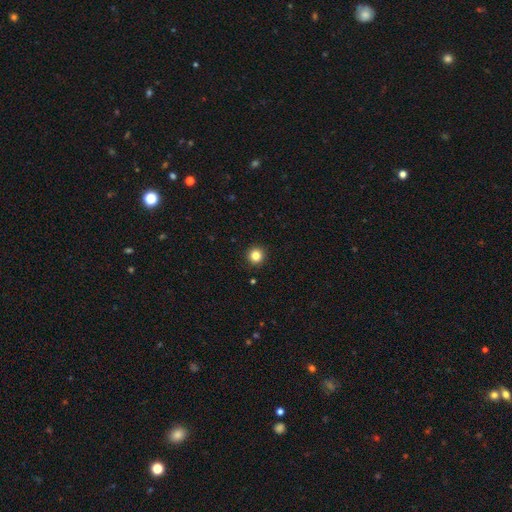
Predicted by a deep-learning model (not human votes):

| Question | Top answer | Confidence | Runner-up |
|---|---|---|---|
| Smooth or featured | smooth | 83% | star or artifact (12%) |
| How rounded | round | 95% | in between (4%) |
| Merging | none | 93% | minor disturbance (4%) |